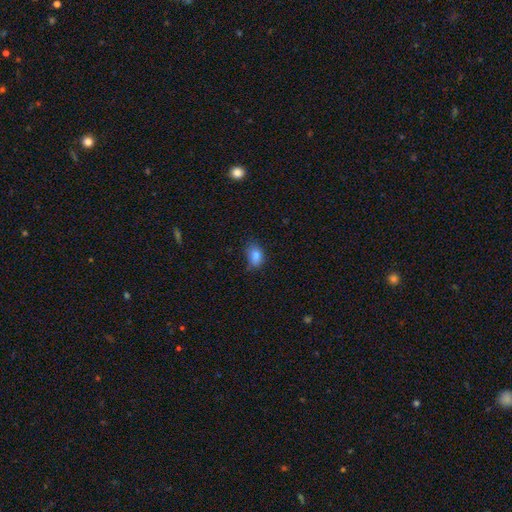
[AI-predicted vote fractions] Q: Smooth or featured?
A: smooth (84%); runner-up: star or artifact (9%)
Q: How rounded?
A: in between (81%); runner-up: round (18%)
Q: Merging?
A: none (64%); runner-up: minor disturbance (28%)